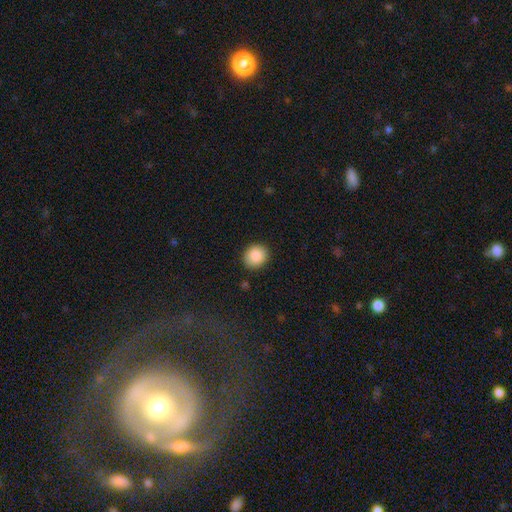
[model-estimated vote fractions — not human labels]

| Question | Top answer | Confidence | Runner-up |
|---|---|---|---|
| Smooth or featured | smooth | 87% | star or artifact (8%) |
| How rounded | round | 82% | in between (17%) |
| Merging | none | 89% | minor disturbance (7%) |